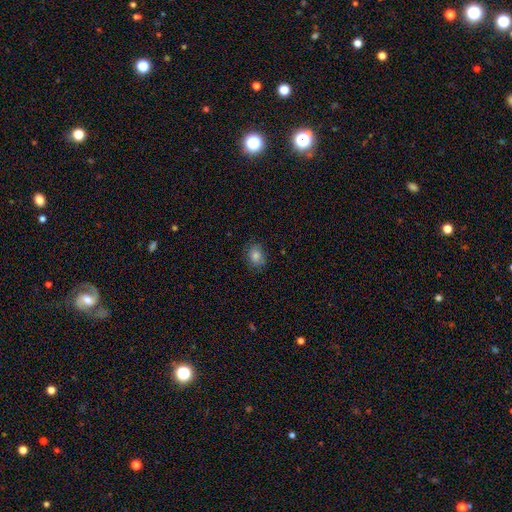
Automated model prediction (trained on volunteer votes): Smooth or featured?
  - smooth: 80% *
  - star or artifact: 12%
  - featured or disk: 8%
How rounded?
  - round: 50% *
  - in between: 49%
  - cigar-shaped: 1%
Merging?
  - none: 82% *
  - minor disturbance: 14%
  - major disturbance: 3%
  - merger: 1%